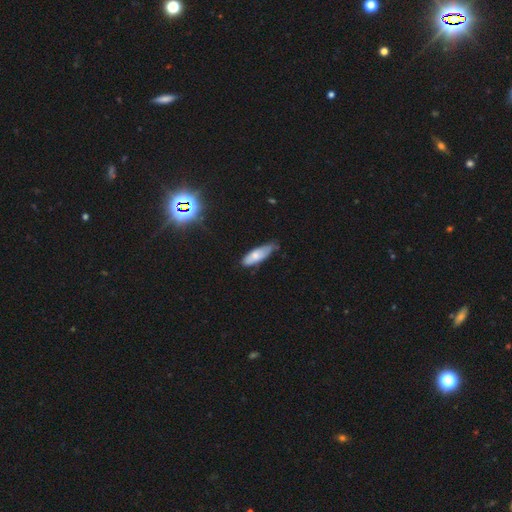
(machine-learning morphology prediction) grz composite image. It shows a smooth galaxy with no disk features (68%) that is in between round and cigar-shaped (58%). Merging: none (50%).